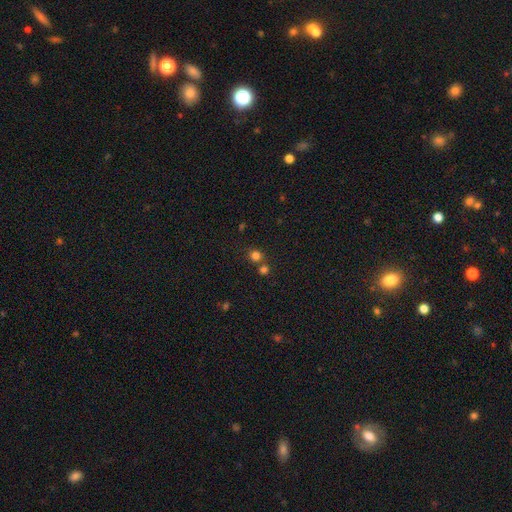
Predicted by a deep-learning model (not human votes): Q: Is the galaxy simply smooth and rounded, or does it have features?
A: smooth — 78%.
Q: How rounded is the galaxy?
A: round — 89%.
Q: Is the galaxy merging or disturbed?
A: none — 67%.